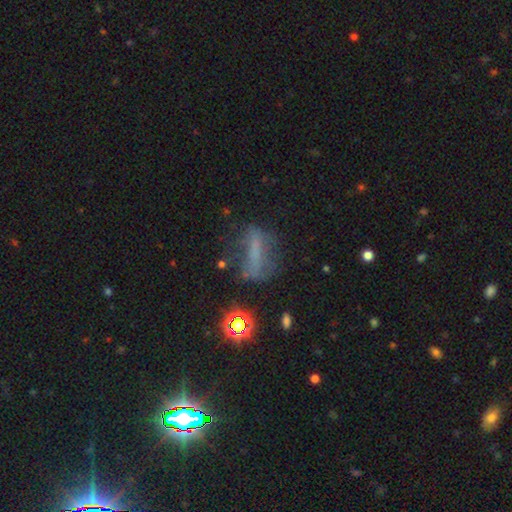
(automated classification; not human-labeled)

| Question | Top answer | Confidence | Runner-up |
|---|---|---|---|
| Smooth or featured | smooth | 41% | featured or disk (34%) |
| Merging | none | 51% | minor disturbance (23%) |